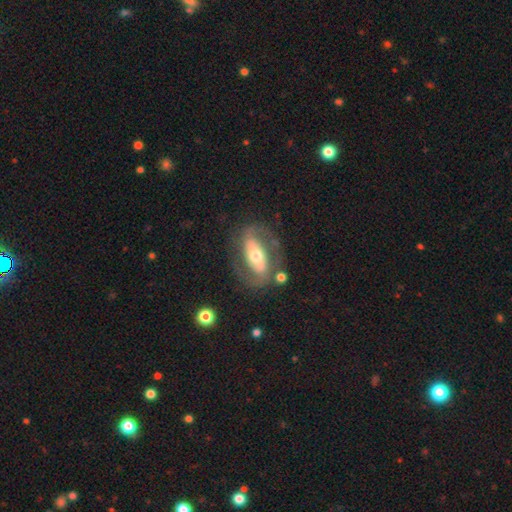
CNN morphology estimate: Smooth or featured? featured or disk (72%)
Edge-on disk? no (92%)
Bar? strong (38%, tied with no)
Spiral arms? yes (65%)
Bulge size? moderate (67%)
Merging? none (70%)